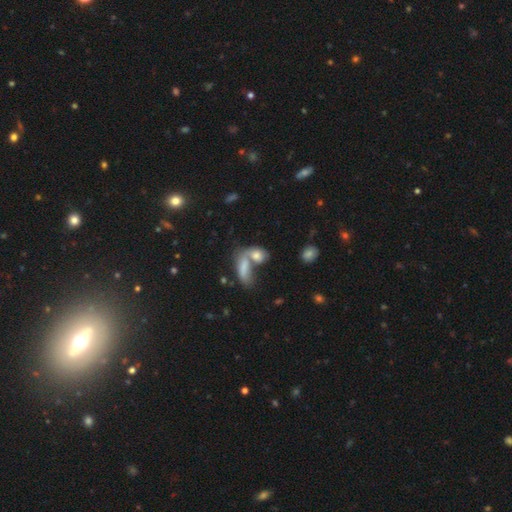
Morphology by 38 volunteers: type=smooth (82%); roundness=in between (77%); merging=merger (83%).